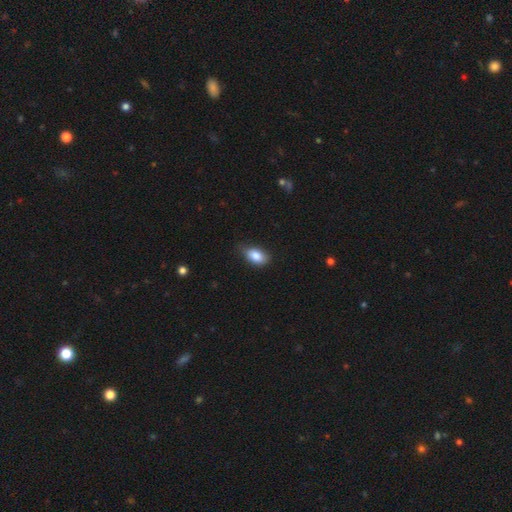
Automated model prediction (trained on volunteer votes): Morphology: type=smooth (85%); roundness=in between (89%); merging=none (69%).